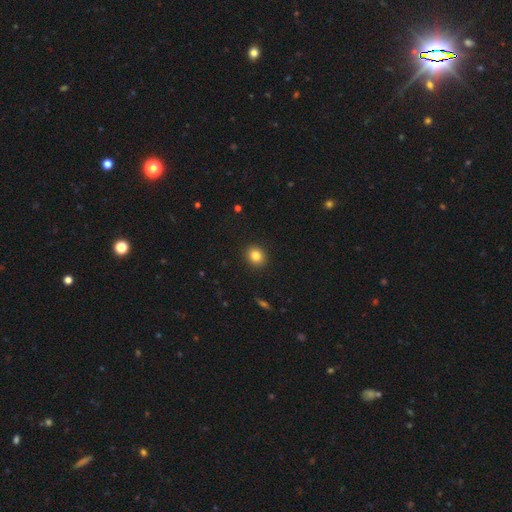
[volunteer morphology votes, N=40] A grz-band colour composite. It shows a smooth galaxy with no disk features (82%) that is round (61%). Merging: none (97%).